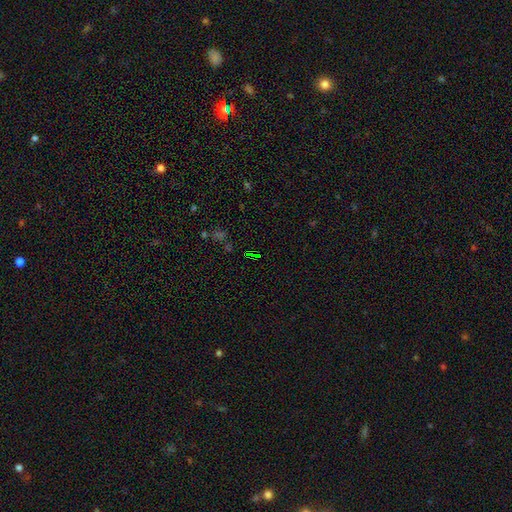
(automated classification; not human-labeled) A star or artifact, not a galaxy (71%).